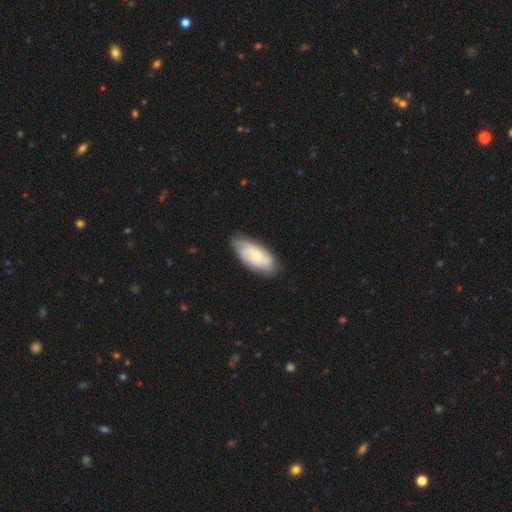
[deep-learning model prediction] This appears to be a featured or disk galaxy (64%) with no bar (71%), 2 (33%) tight (47%) spiral arms (92%) and a small central bulge (51%). Merging: none (76%).